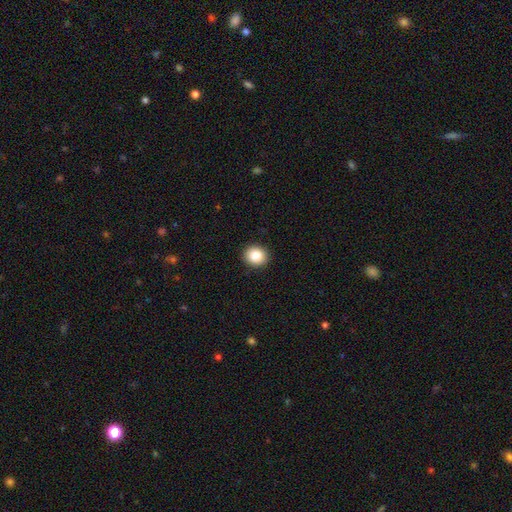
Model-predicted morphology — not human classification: Smooth or featured? Predicted: smooth (p=0.87). How rounded? Predicted: round (p=0.76). Merging? Predicted: none (p=0.91).